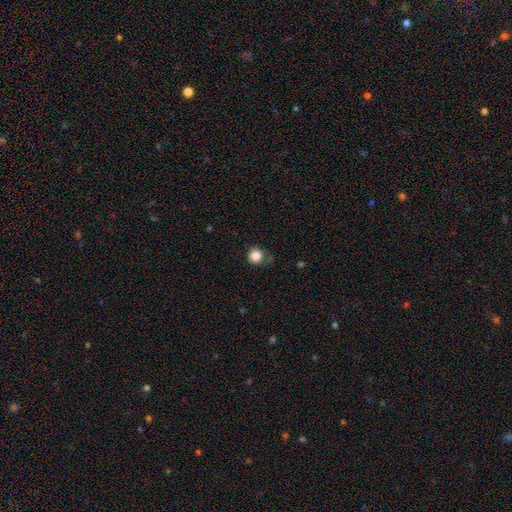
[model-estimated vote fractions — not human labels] A smooth galaxy with no disk features (85%) that is round (92%).

Vote fractions:
- Smooth or featured? smooth: 85% / star or artifact: 10% / featured or disk: 4%
- How rounded? round: 92% / in between: 7% / cigar-shaped: 1%
- Merging? none: 72% / minor disturbance: 20% / major disturbance: 6% / merger: 2%